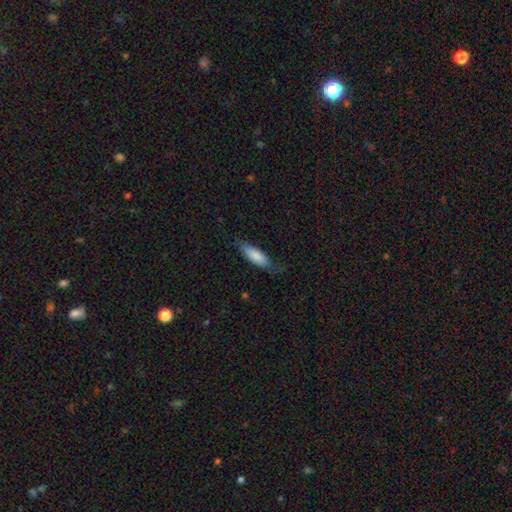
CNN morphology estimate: Smooth or featured: smooth — 80% (featured or disk — 15%)
How rounded: in between — 55% (cigar-shaped — 43%)
Merging: none — 71% (minor disturbance — 22%)